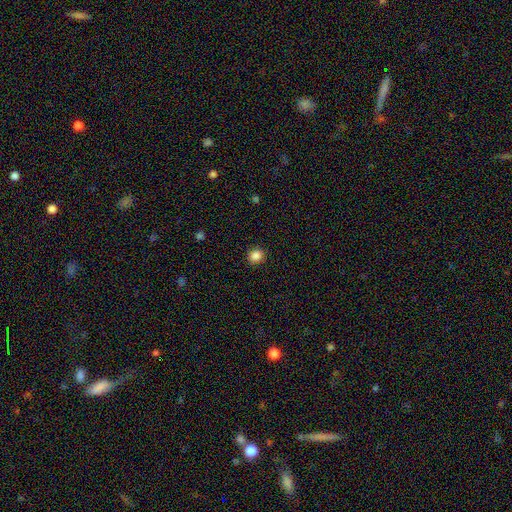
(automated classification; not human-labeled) This is clearly a smooth galaxy (86%). How rounded: clearly round (84%). Merging: clearly none (91%).